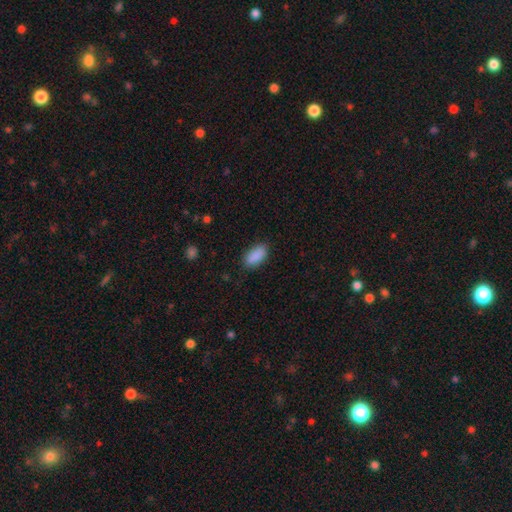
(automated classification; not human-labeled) Smooth or featured?
  - smooth: 90% *
  - star or artifact: 7%
  - featured or disk: 4%
How rounded?
  - in between: 91% *
  - cigar-shaped: 7%
  - round: 3%
Merging?
  - none: 84% *
  - minor disturbance: 12%
  - major disturbance: 3%
  - merger: 1%